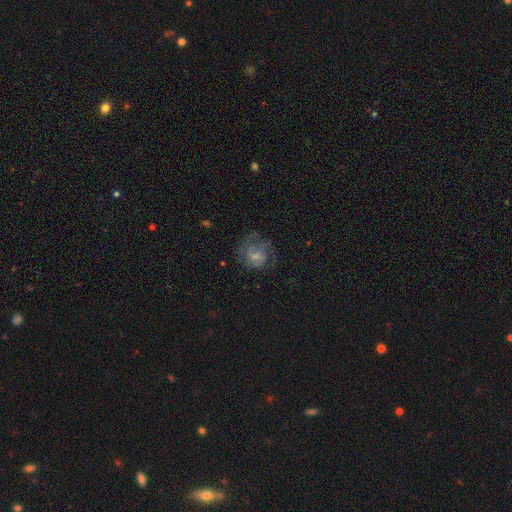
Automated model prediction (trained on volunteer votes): Smooth or featured? Predicted: featured or disk (p=0.46). Merging? Predicted: none (p=0.49).